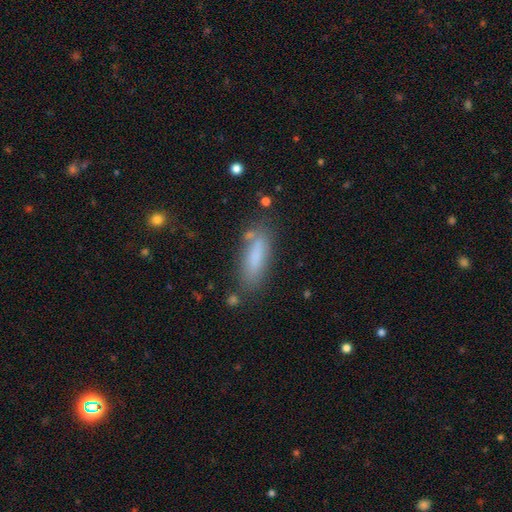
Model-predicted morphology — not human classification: Smooth or featured? smooth (79%)
How rounded? cigar-shaped (49%, tied with in between)
Merging? none (73%)